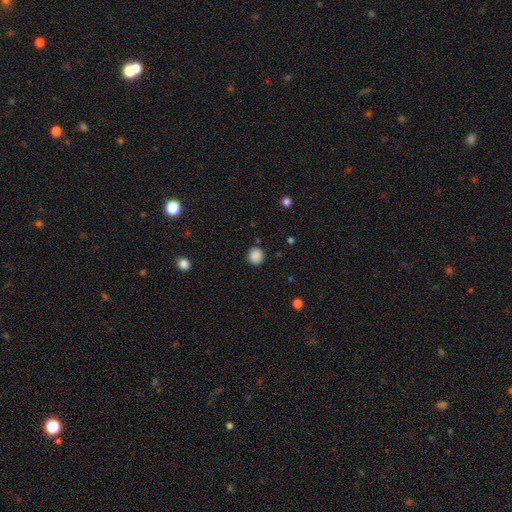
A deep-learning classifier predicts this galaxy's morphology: This appears to be a smooth galaxy with no disk features (87%) that is round (91%). Merging: none (88%).